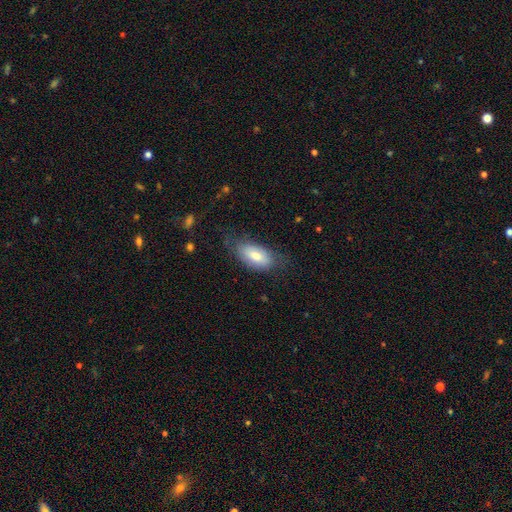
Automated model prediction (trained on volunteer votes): Morphology: type=smooth (72%); roundness=in between (90%); merging=none (61%).